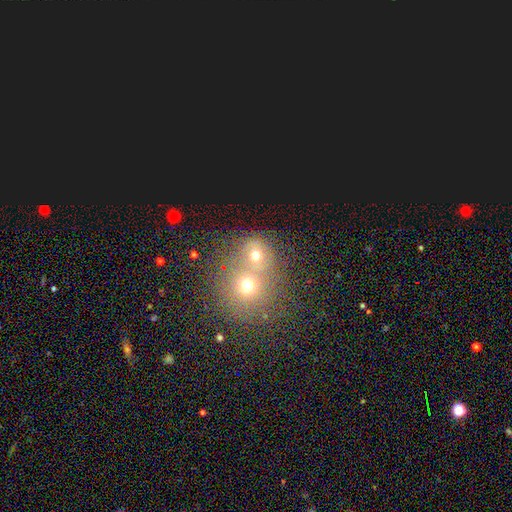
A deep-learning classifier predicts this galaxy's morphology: This appears to be a smooth galaxy with no disk features (65%) that is round (79%). Merging: merger (61%).